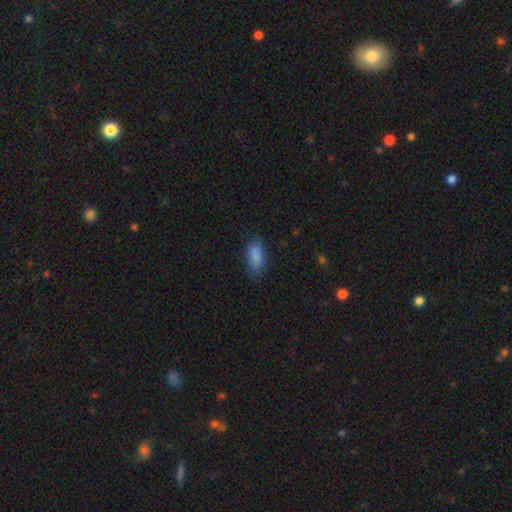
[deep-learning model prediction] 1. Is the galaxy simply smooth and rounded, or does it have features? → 85% smooth, 8% star or artifact, 7% featured or disk.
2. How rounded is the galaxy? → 85% in between, 13% cigar-shaped, 3% round.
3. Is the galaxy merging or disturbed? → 72% none, 21% minor disturbance, 6% major disturbance, 1% merger.